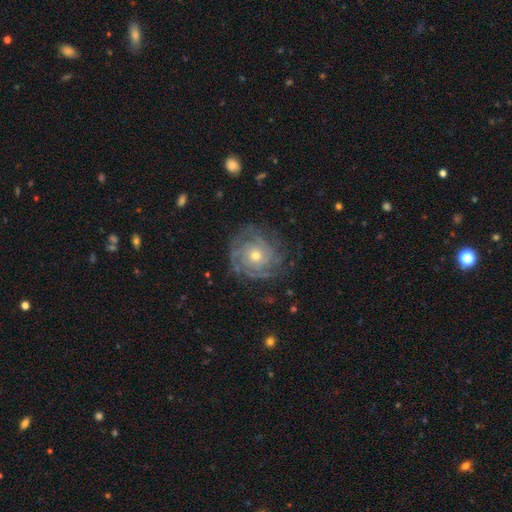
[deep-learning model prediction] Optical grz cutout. It shows a featured or disk galaxy (84%) with no bar (82%), tight (75%) spiral arms (95%) and a moderate central bulge (52%). Merging: none (78%).